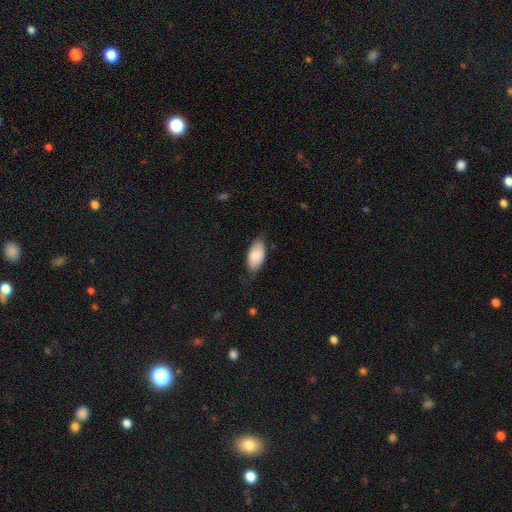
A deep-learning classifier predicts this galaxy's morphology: smooth 80%, featured or disk 14%, star or artifact 6%. Down the decision tree: how rounded — in between (94%); merging — none (72%).